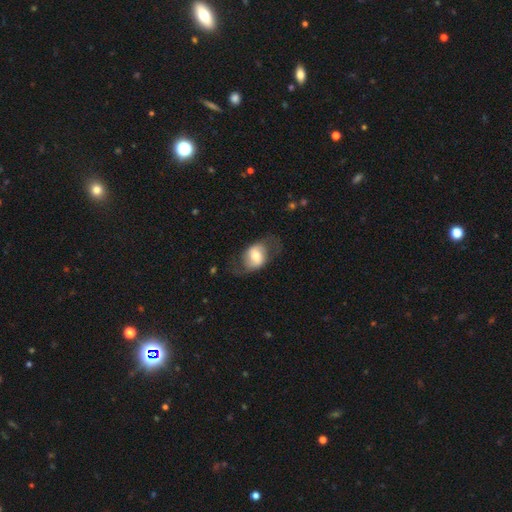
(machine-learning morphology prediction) smooth-or-featured: featured or disk: 50% | smooth: 44% | star or artifact: 7%
  merging: none: 61% | minor disturbance: 20% | major disturbance: 17% | merger: 1%